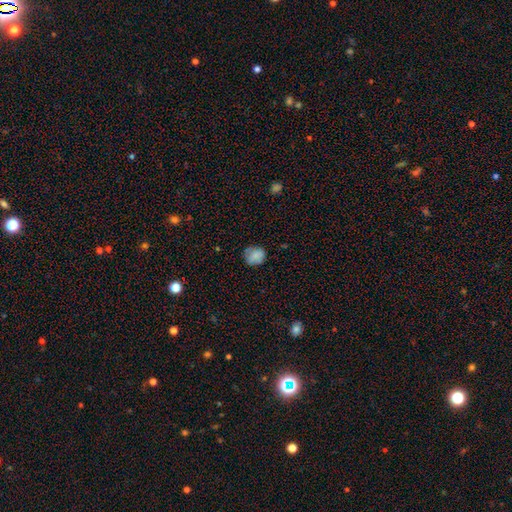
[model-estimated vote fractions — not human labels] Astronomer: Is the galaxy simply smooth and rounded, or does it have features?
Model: smooth — 80%.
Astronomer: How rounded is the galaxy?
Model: round — 75%.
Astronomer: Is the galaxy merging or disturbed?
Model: none — 71%.